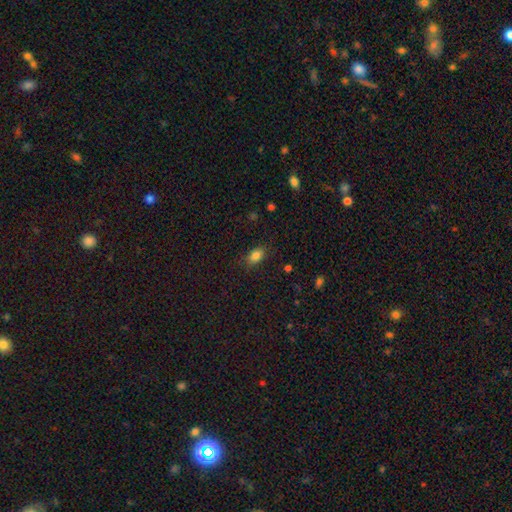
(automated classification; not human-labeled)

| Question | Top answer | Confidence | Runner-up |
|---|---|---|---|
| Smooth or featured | smooth | 84% | star or artifact (10%) |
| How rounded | in between | 87% | round (10%) |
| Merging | none | 83% | minor disturbance (13%) |